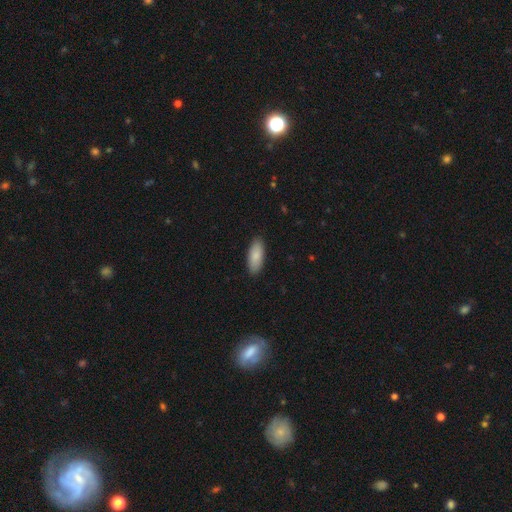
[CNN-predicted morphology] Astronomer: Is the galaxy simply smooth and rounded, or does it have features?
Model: smooth — 87%.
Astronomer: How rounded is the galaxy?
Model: in between — 81%.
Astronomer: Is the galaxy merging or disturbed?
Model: none — 89%.